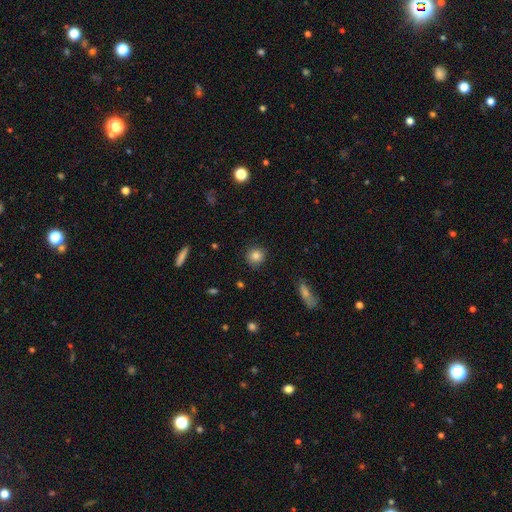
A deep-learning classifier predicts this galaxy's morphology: Smooth or featured? smooth (85%)
How rounded? round (90%)
Merging? none (89%)